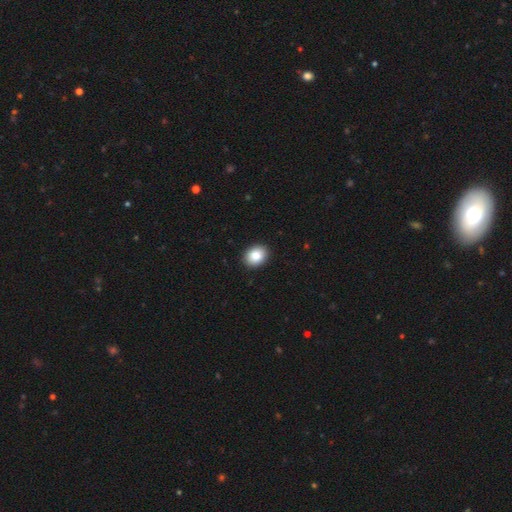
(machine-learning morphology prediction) This is clearly a smooth galaxy (86%). How rounded: possibly in between (55%). Merging: clearly none (92%).